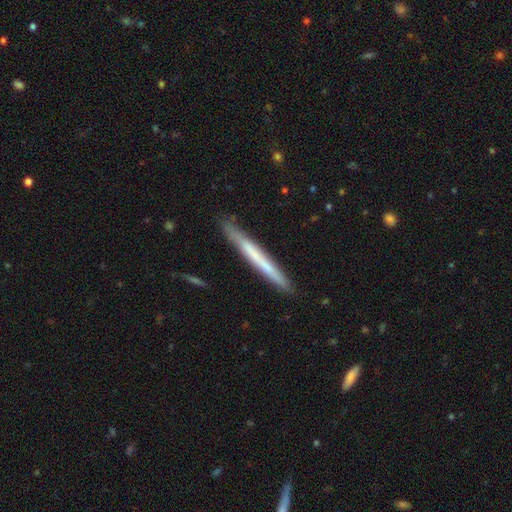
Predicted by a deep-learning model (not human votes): smooth_or_featured: smooth (p=0.52) [alt: featured or disk p=0.42]
how_rounded: cigar-shaped (p=0.97) [alt: in between p=0.02]
merging: none (p=0.87) [alt: minor disturbance p=0.10]